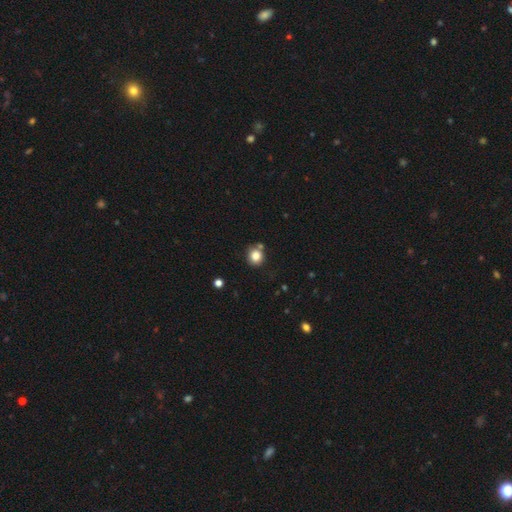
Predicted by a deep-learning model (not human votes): A smooth galaxy with no disk features (83%) that is round (87%). Merging: none (76%).